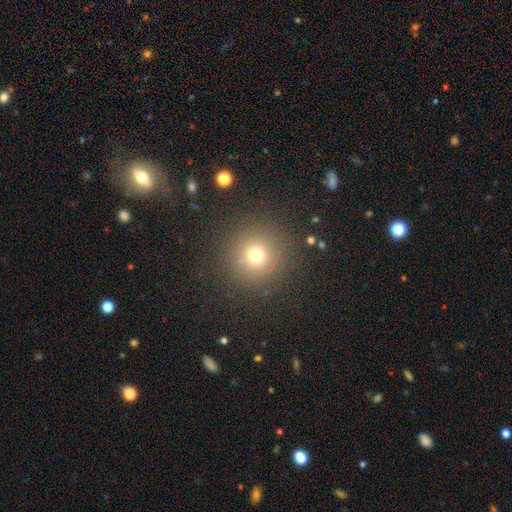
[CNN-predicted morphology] A smooth galaxy with no disk features (70%) that is round (95%). Merging: none (87%).